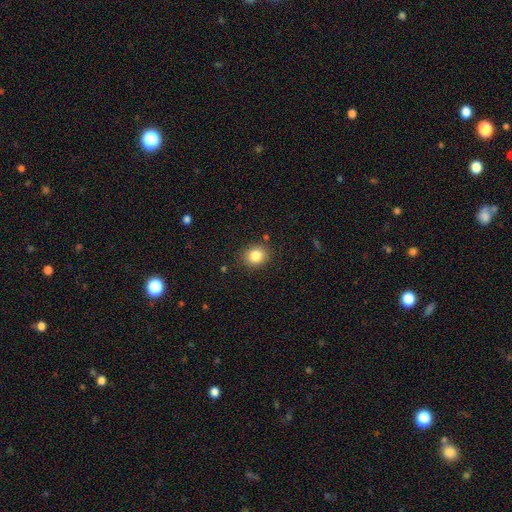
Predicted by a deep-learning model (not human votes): Smooth or featured: smooth — 84% (star or artifact — 10%)
How rounded: round — 65% (in between — 34%)
Merging: none — 87% (minor disturbance — 9%)